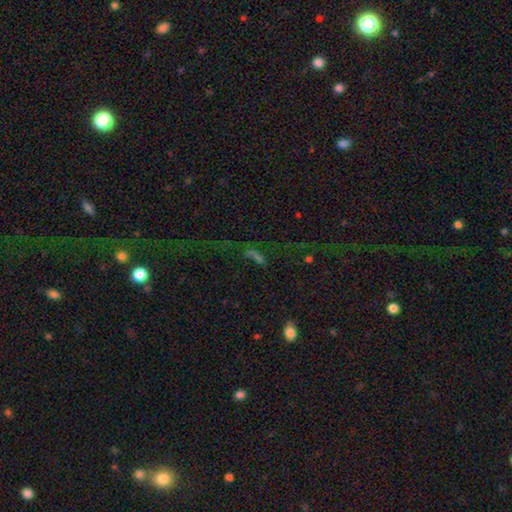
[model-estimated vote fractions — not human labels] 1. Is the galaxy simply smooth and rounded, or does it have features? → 51% star or artifact, 32% smooth, 17% featured or disk.